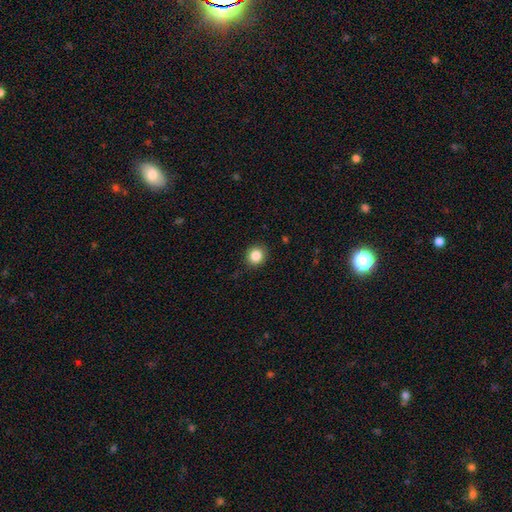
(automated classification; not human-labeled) smooth-or-featured: smooth: 86% | star or artifact: 10% | featured or disk: 4%
  how-rounded: round: 87% | in between: 12% | cigar-shaped: 1%
  merging: none: 90% | minor disturbance: 7% | major disturbance: 2% | merger: 1%